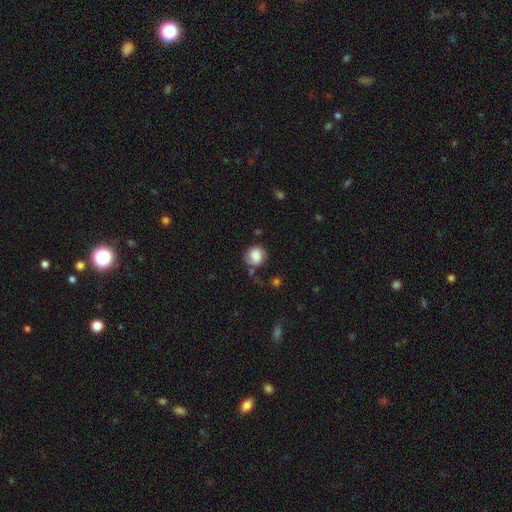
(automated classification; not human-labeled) smooth_or_featured: smooth (p=0.76) [alt: featured or disk p=0.16]
how_rounded: round (p=0.81) [alt: in between p=0.18]
merging: none (p=0.62) [alt: minor disturbance p=0.24]